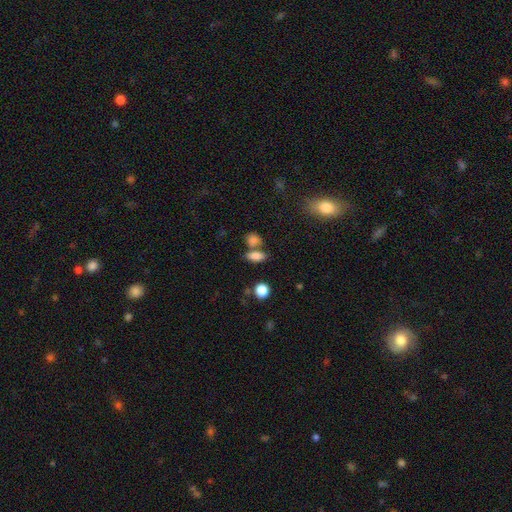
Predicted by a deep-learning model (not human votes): Smooth or featured? smooth (81%)
How rounded? in between (78%)
Merging? none (56%)